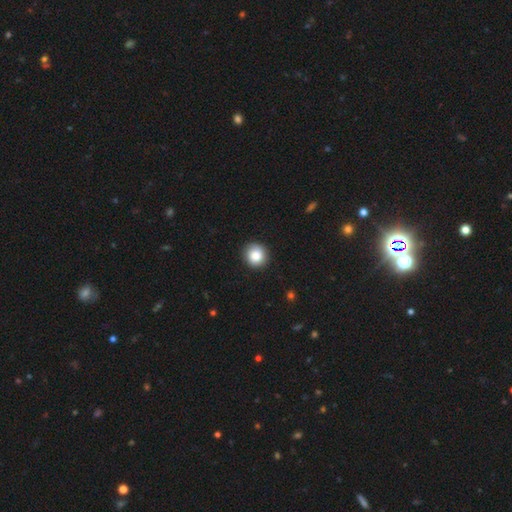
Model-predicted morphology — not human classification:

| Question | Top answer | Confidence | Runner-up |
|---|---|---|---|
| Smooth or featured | smooth | 84% | star or artifact (9%) |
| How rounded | round | 90% | in between (9%) |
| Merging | none | 87% | minor disturbance (10%) |